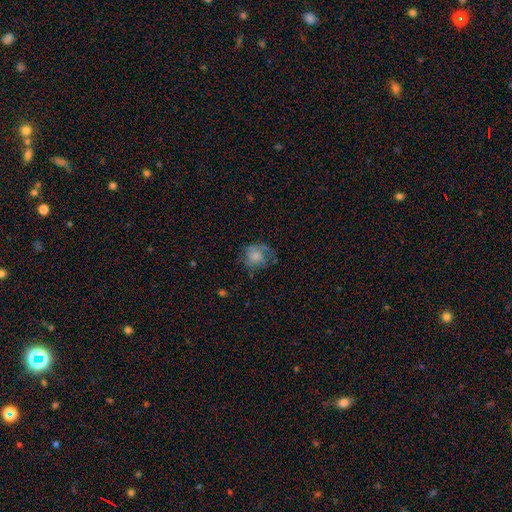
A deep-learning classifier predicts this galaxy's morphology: A smooth galaxy with no disk features (55%) that is round (64%).

Vote fractions:
- Smooth or featured? smooth: 55% / featured or disk: 36% / star or artifact: 9%
- How rounded? round: 64% / in between: 35% / cigar-shaped: 1%
- Merging? none: 47% / minor disturbance: 26% / major disturbance: 25% / merger: 2%